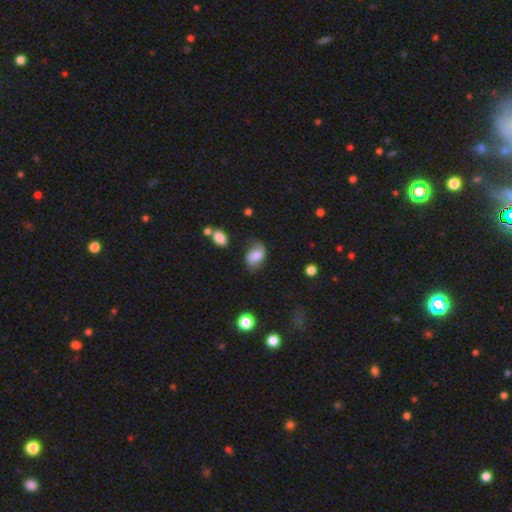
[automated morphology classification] smooth 62%, featured or disk 29%, star or artifact 9%. Down the decision tree: how rounded — in between (83%); merging — none (57%).